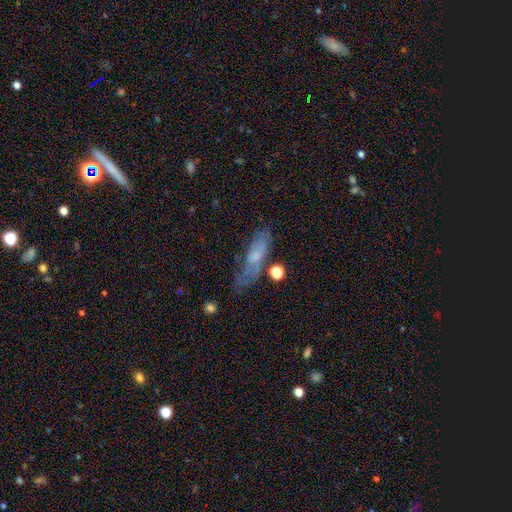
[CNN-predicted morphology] Overall: smooth (51%; featured or disk 37%). How rounded: cigar-shaped (49%; in between 46%). Merging: none (55%; minor disturbance 26%).